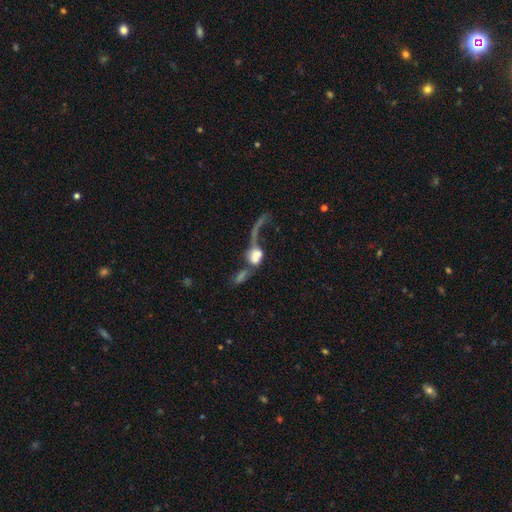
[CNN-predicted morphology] A smooth galaxy with no disk features (45%).

Vote fractions:
- Smooth or featured? smooth: 45% / featured or disk: 43% / star or artifact: 12%
- Merging? merger: 50% / major disturbance: 32% / none: 11% / minor disturbance: 6%